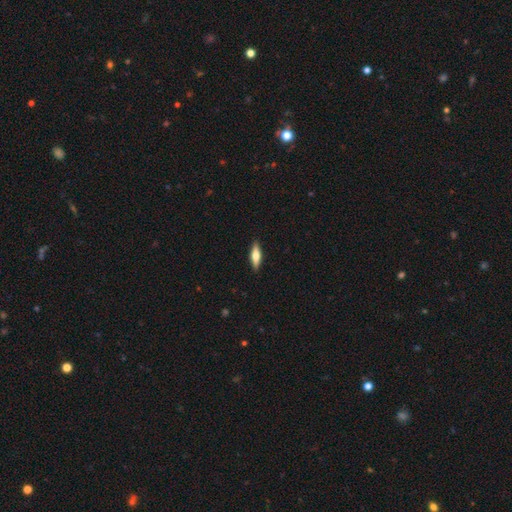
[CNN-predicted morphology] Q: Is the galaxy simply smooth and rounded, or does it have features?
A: smooth — 50%.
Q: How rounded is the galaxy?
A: cigar-shaped — 57%.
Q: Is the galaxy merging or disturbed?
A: none — 90%.